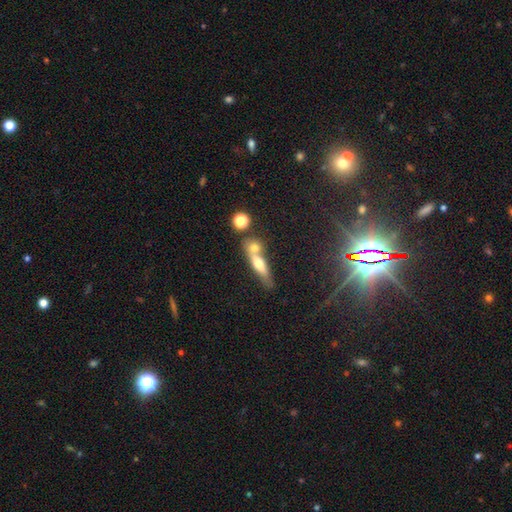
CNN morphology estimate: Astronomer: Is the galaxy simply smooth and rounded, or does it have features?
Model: smooth — 45% (runner-up: featured or disk, 39%).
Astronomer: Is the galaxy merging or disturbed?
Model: merger — 46% (runner-up: none, 40%).